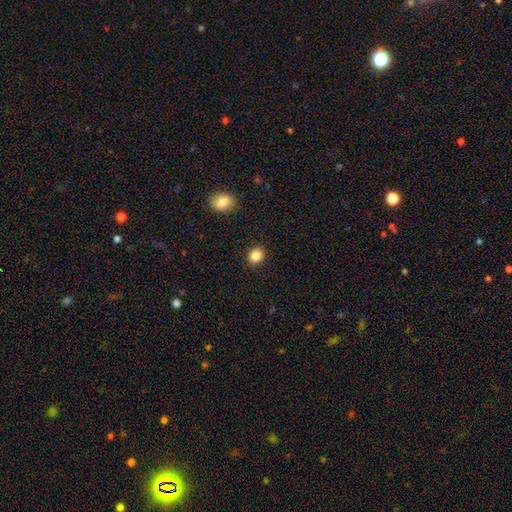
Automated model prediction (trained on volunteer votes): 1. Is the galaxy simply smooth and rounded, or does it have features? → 85% smooth, 11% star or artifact, 4% featured or disk.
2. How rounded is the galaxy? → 78% round, 22% in between, 1% cigar-shaped.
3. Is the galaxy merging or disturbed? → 91% none, 6% minor disturbance, 2% major disturbance, 1% merger.